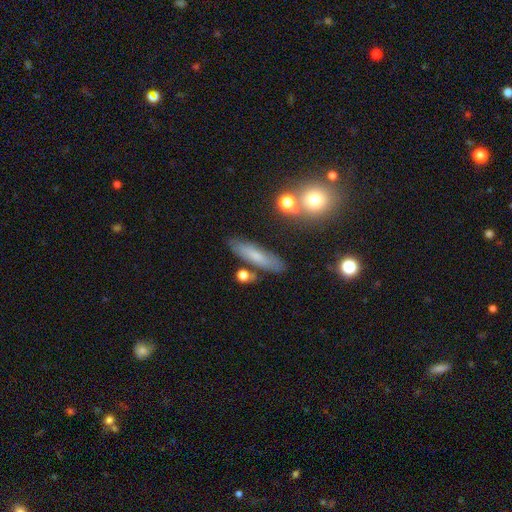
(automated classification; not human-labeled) Q: Smooth or featured?
A: smooth (63%); runner-up: featured or disk (28%)
Q: How rounded?
A: cigar-shaped (72%); runner-up: in between (25%)
Q: Merging?
A: none (78%); runner-up: minor disturbance (13%)